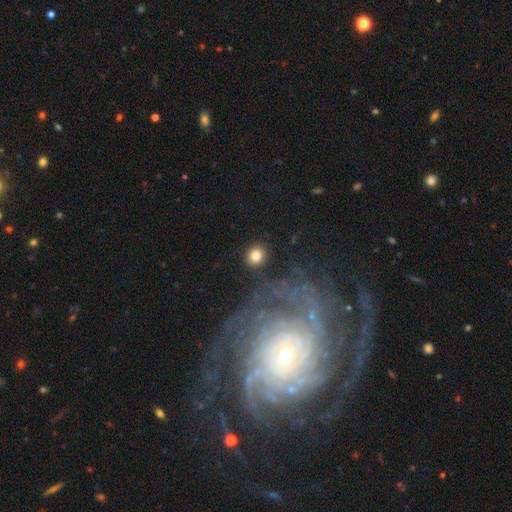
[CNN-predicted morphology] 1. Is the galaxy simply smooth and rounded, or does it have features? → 82% smooth, 10% star or artifact, 9% featured or disk.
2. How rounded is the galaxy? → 85% round, 14% in between, 1% cigar-shaped.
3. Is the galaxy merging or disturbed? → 86% none, 8% minor disturbance, 3% major disturbance, 3% merger.